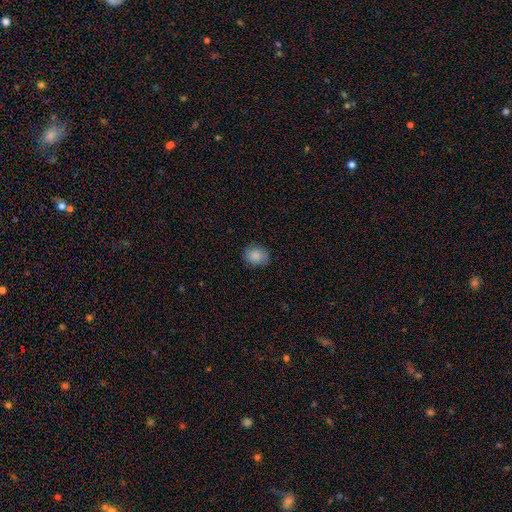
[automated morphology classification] Smooth or featured? smooth (86%)
How rounded? round (52%)
Merging? none (83%)